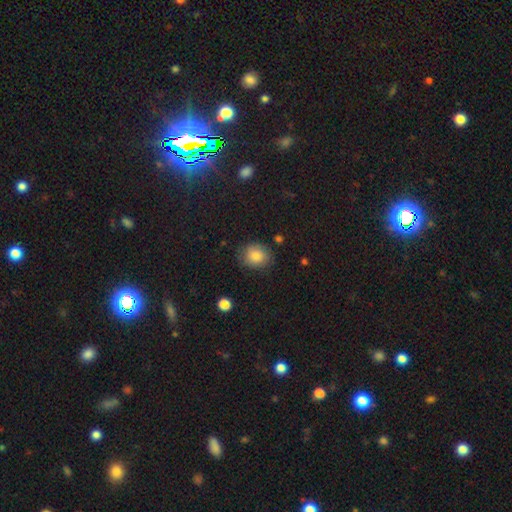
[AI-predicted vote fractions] The model was most divided on "how rounded": round: 67%, in between: 32%, cigar-shaped: 1%. More confident: smooth or featured — smooth (84%); merging — none (78%).